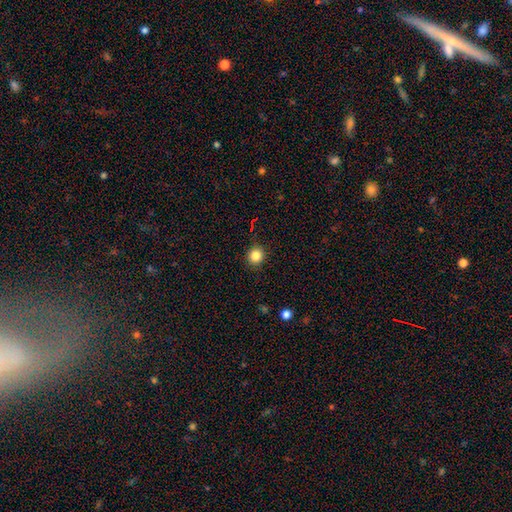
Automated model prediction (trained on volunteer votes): The model was most divided on "smooth or featured": smooth: 84%, star or artifact: 11%, featured or disk: 5%. More confident: merging — none (90%); how rounded — round (89%).